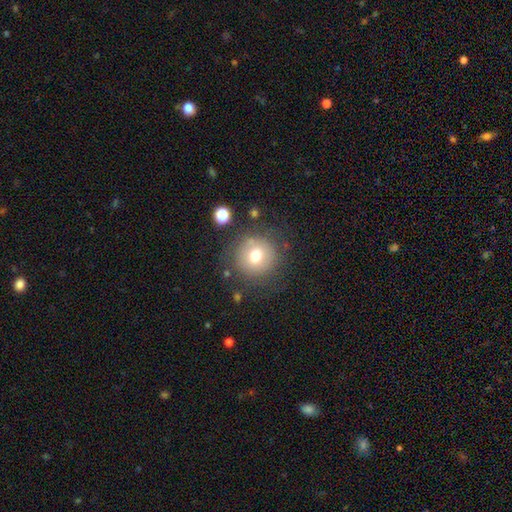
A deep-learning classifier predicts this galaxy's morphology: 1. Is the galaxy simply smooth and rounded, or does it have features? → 70% smooth, 17% featured or disk, 13% star or artifact.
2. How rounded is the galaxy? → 93% round, 6% in between, 1% cigar-shaped.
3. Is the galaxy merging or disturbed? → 80% none, 11% minor disturbance, 5% major disturbance, 3% merger.